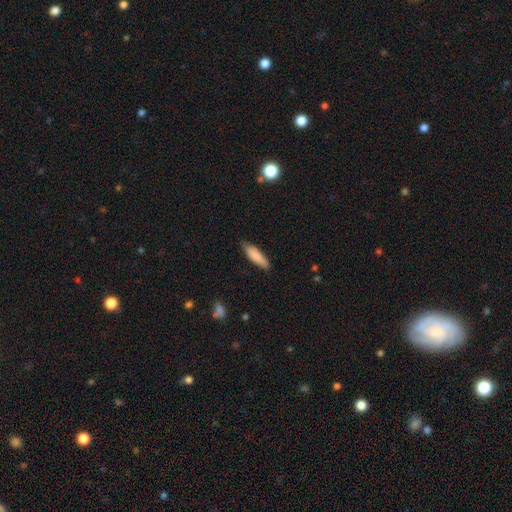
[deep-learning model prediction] Smooth or featured?
  - smooth: 84% *
  - featured or disk: 10%
  - star or artifact: 6%
How rounded?
  - cigar-shaped: 61% *
  - in between: 37%
  - round: 1%
Merging?
  - none: 76% *
  - minor disturbance: 20%
  - major disturbance: 3%
  - merger: 1%